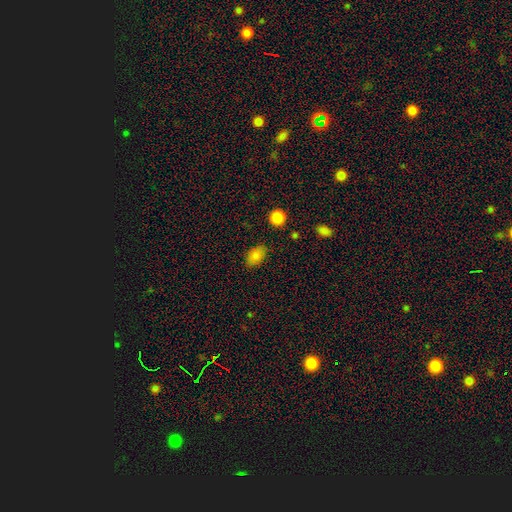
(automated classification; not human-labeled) This is clearly a smooth galaxy (83%). How rounded: clearly in between (87%). Merging: clearly none (84%).